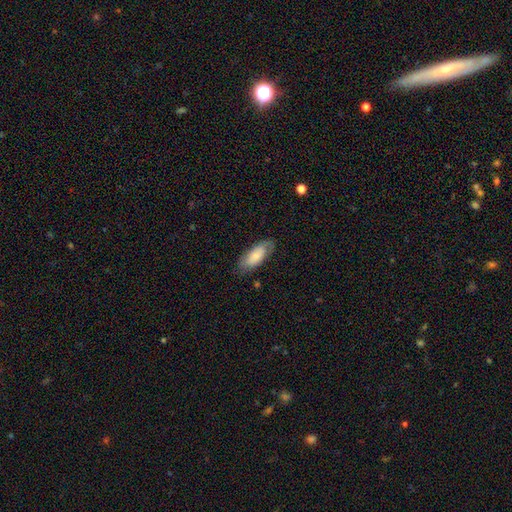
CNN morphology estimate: Q: Smooth or featured?
A: smooth (74%); runner-up: featured or disk (20%)
Q: How rounded?
A: in between (80%); runner-up: cigar-shaped (18%)
Q: Merging?
A: none (76%); runner-up: minor disturbance (18%)